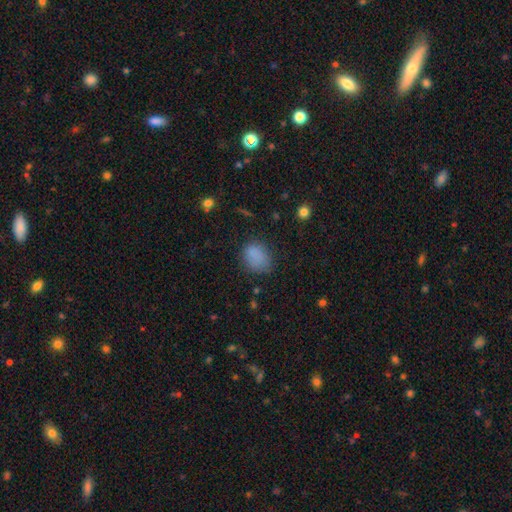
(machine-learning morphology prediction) Smooth or featured: smooth — 82% (star or artifact — 12%)
How rounded: in between — 57% (round — 42%)
Merging: none — 70% (minor disturbance — 22%)